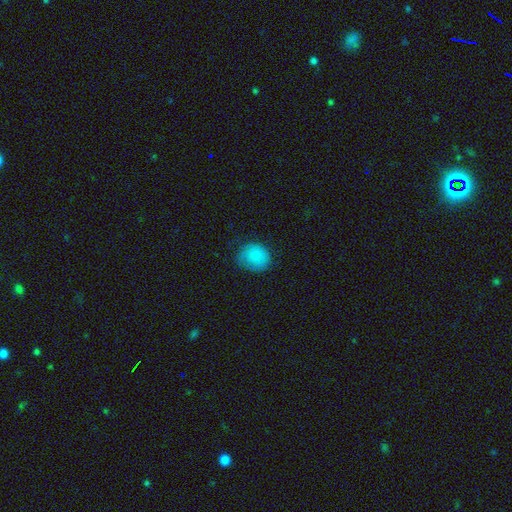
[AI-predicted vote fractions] Q: Smooth or featured?
A: smooth (84%); runner-up: featured or disk (8%)
Q: How rounded?
A: round (74%); runner-up: in between (25%)
Q: Merging?
A: none (63%); runner-up: minor disturbance (28%)